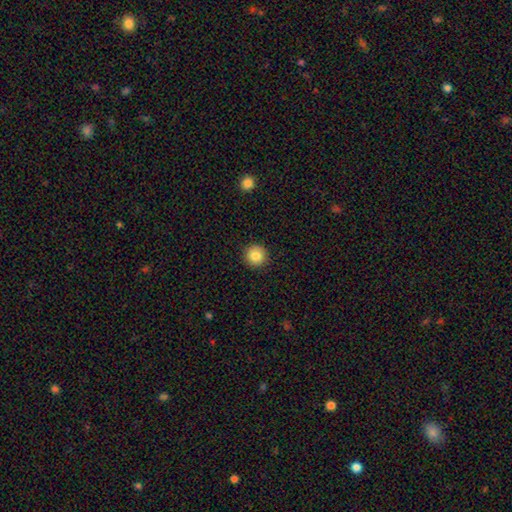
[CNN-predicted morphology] smooth_or_featured: smooth (p=0.84) [alt: star or artifact p=0.10]
how_rounded: round (p=0.96) [alt: in between p=0.03]
merging: none (p=0.93) [alt: minor disturbance p=0.05]